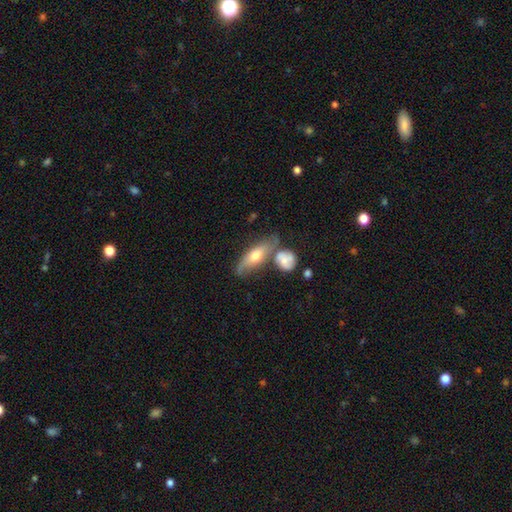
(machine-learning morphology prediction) This is possibly a smooth galaxy (53%). How rounded: likely in between (66%). Merging: possibly none (45%).